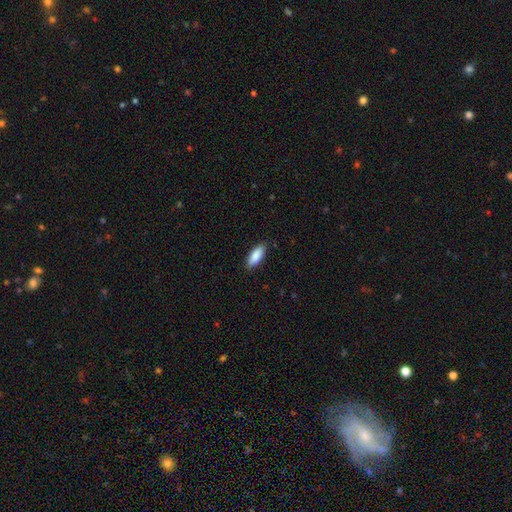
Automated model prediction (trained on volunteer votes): Smooth or featured: smooth — 88% (featured or disk — 6%)
How rounded: in between — 78% (cigar-shaped — 20%)
Merging: none — 87% (minor disturbance — 10%)